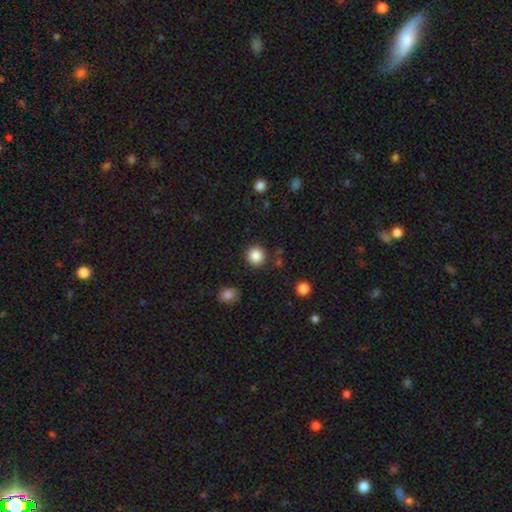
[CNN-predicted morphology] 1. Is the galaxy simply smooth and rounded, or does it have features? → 86% smooth, 10% star or artifact, 4% featured or disk.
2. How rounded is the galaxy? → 94% round, 5% in between, 1% cigar-shaped.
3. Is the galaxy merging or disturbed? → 89% none, 7% minor disturbance, 2% major disturbance, 2% merger.